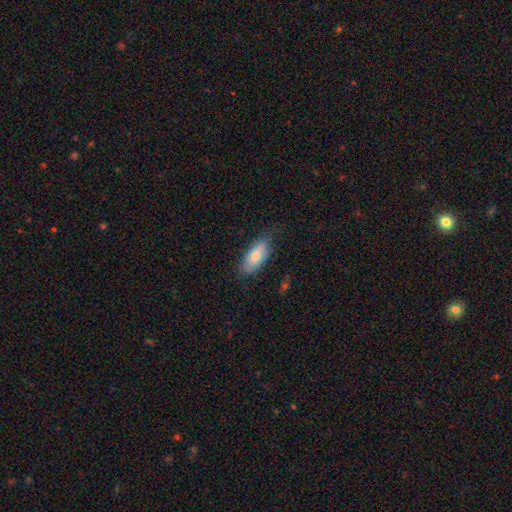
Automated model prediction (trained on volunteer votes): This appears to be a smooth galaxy with no disk features (75%) that is in between round and cigar-shaped (86%). Merging: none (72%).